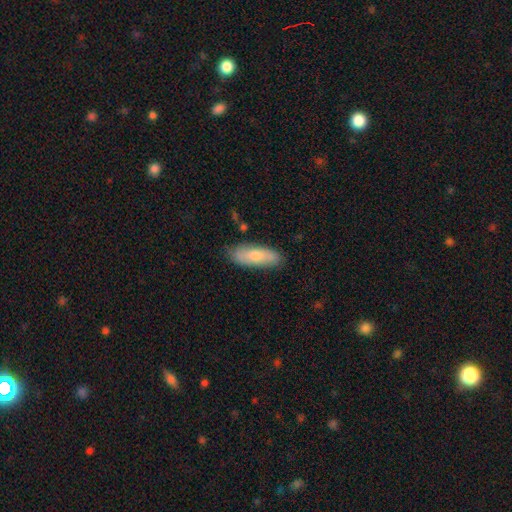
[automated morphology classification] Smooth or featured? Predicted: smooth (p=0.74). How rounded? Predicted: in between (p=0.66). Merging? Predicted: none (p=0.79).